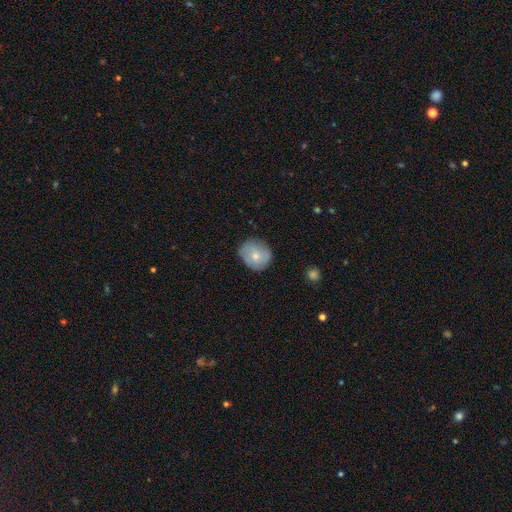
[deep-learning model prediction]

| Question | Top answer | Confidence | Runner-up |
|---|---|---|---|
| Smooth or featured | smooth | 69% | featured or disk (24%) |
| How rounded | round | 81% | in between (18%) |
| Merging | none | 74% | minor disturbance (20%) |